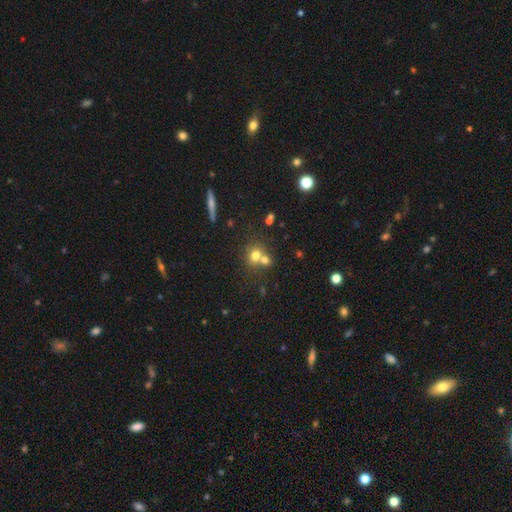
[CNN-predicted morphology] This appears to be a smooth galaxy with no disk features (70%) that is round (76%). Merging: merger (48%).